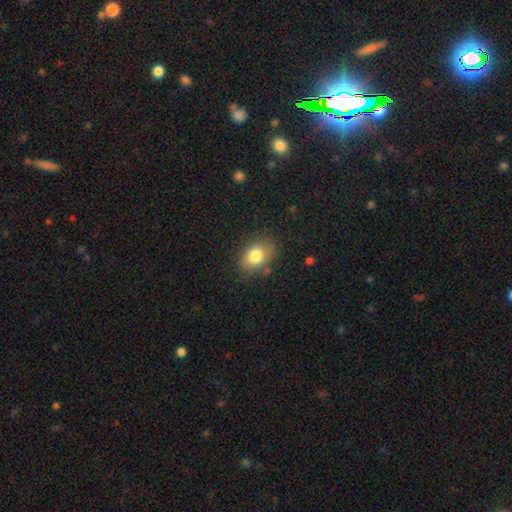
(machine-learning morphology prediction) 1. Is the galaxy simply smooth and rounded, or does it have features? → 79% smooth, 12% featured or disk, 9% star or artifact.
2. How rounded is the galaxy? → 76% in between, 23% round, 1% cigar-shaped.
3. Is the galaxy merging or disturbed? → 75% none, 18% minor disturbance, 5% major disturbance, 3% merger.